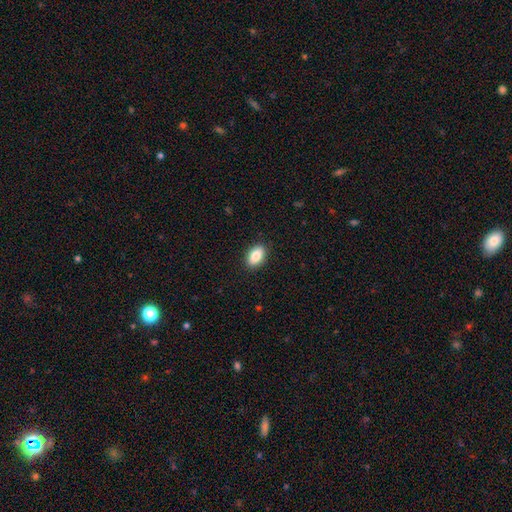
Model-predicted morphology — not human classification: This appears to be a smooth galaxy with no disk features (85%) that is in between round and cigar-shaped (90%). Merging: none (90%).